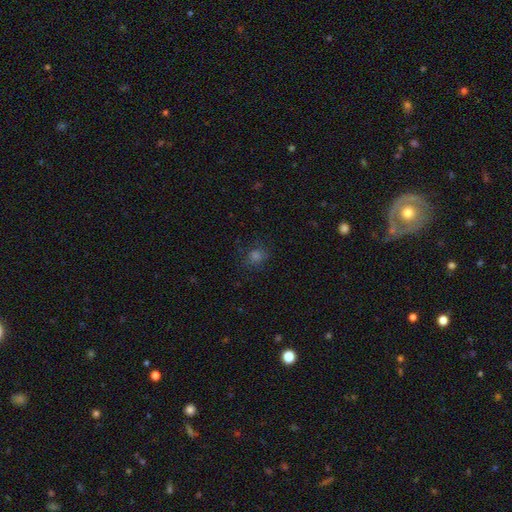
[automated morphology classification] This is likely a smooth galaxy (62%). How rounded: likely round (77%). Merging: clearly none (82%).